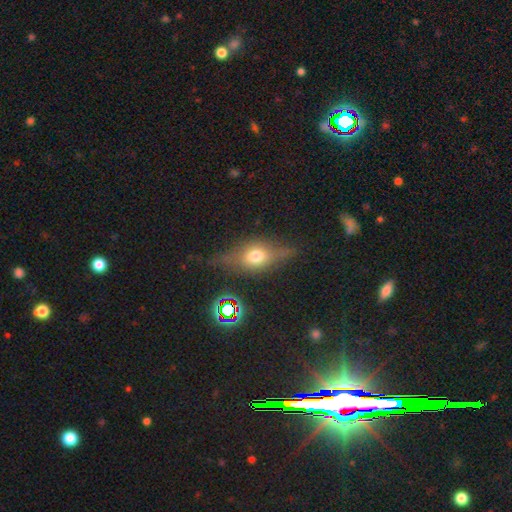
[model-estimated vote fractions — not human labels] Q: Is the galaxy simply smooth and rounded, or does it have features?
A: featured or disk — 43%.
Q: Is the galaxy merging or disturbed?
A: none — 67%.